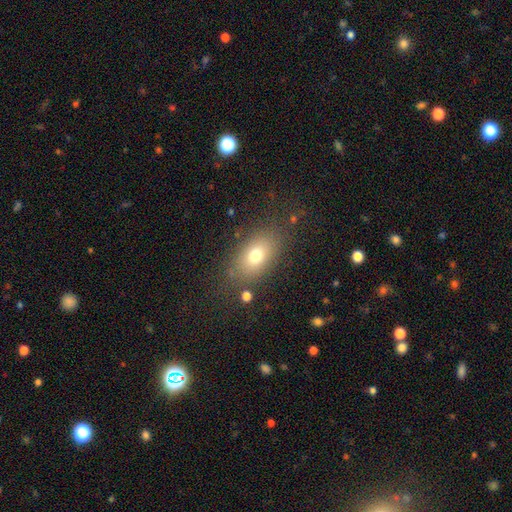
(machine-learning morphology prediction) smooth-or-featured: smooth: 73% | featured or disk: 15% | star or artifact: 12%
  how-rounded: in between: 83% | round: 14% | cigar-shaped: 3%
  merging: none: 79% | minor disturbance: 12% | major disturbance: 6% | merger: 3%